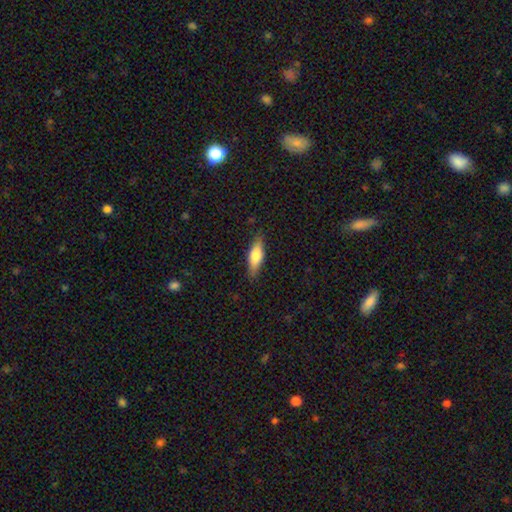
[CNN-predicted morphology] A smooth galaxy with no disk features (68%) that is in between round and cigar-shaped (51%).

Vote fractions:
- Smooth or featured? smooth: 68% / featured or disk: 25% / star or artifact: 6%
- How rounded? in between: 51% / cigar-shaped: 47% / round: 2%
- Merging? none: 85% / minor disturbance: 12% / major disturbance: 2% / merger: 1%